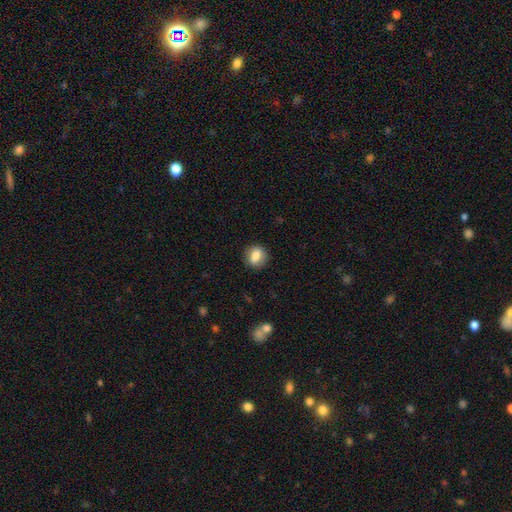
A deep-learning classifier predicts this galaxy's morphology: Q: Smooth or featured?
A: smooth (81%); runner-up: featured or disk (11%)
Q: How rounded?
A: round (61%); runner-up: in between (38%)
Q: Merging?
A: none (85%); runner-up: minor disturbance (11%)